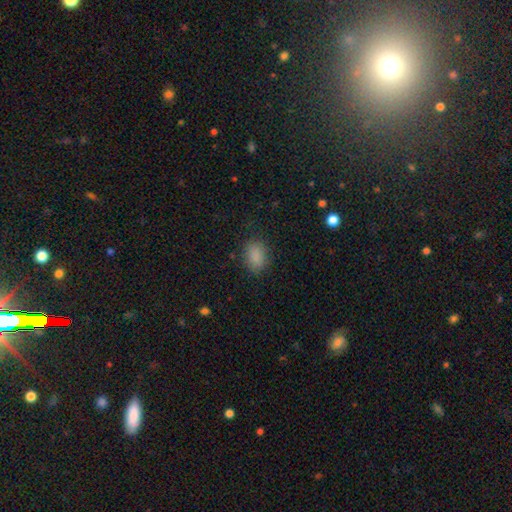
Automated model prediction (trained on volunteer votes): The model was most divided on "how rounded": in between: 77%, round: 21%, cigar-shaped: 1%. More confident: smooth or featured — smooth (87%); merging — none (83%).